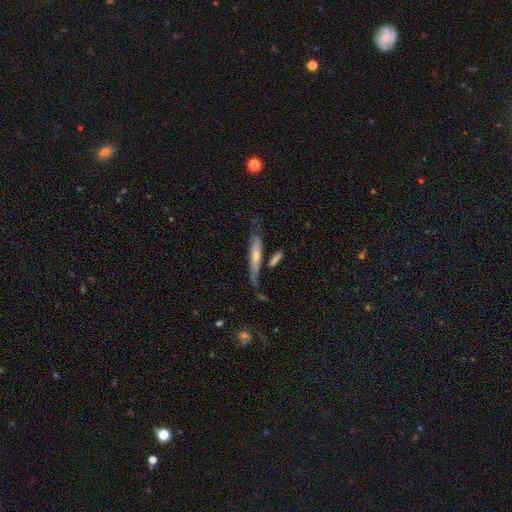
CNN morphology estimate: smooth-or-featured: featured or disk: 61% | smooth: 32% | star or artifact: 7%
  disk-edge-on: yes: 71% | no: 29%
  merging: none: 58% | minor disturbance: 24% | major disturbance: 10% | merger: 8%